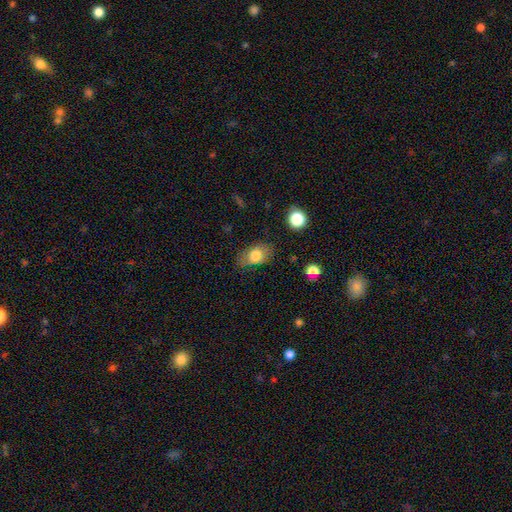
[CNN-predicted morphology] This is likely a smooth galaxy (77%). How rounded: clearly in between (81%). Merging: likely none (69%).